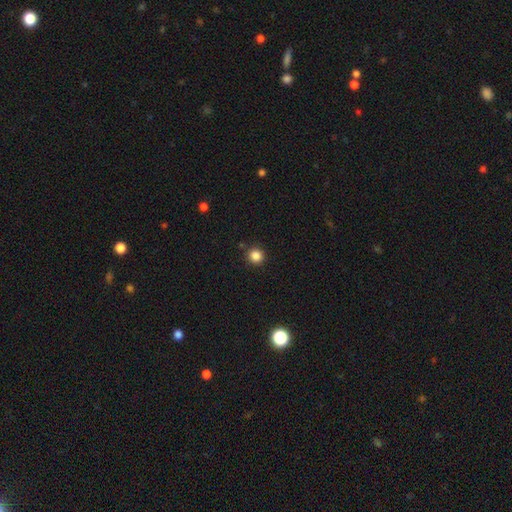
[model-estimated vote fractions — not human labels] Morphology: type=smooth (85%); roundness=round (93%); merging=none (89%).